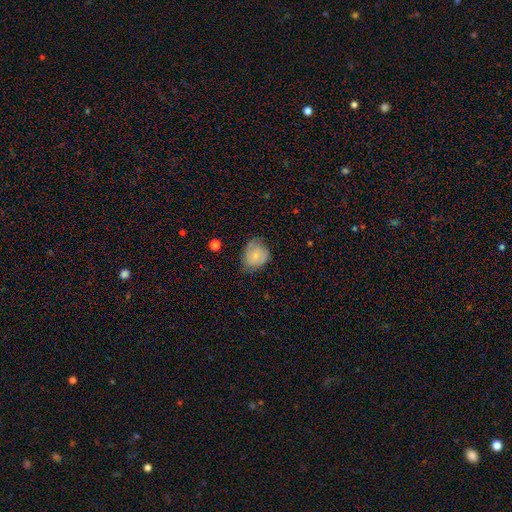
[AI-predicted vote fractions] Smooth or featured: smooth — 64% (featured or disk — 29%)
How rounded: round — 60% (in between — 39%)
Merging: none — 51% (minor disturbance — 36%)